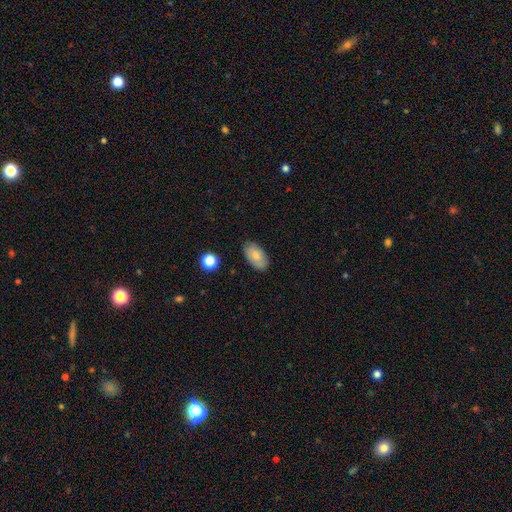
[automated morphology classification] A smooth galaxy with no disk features (79%) that is in between round and cigar-shaped (93%). Merging: none (83%).